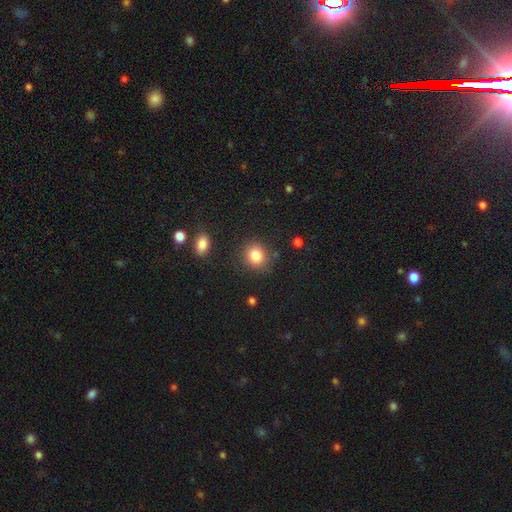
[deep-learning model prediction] A smooth galaxy with no disk features (84%) that is round (80%).

Vote fractions:
- Smooth or featured? smooth: 84% / star or artifact: 10% / featured or disk: 6%
- How rounded? round: 80% / in between: 19% / cigar-shaped: 1%
- Merging? none: 85% / minor disturbance: 9% / major disturbance: 3% / merger: 3%